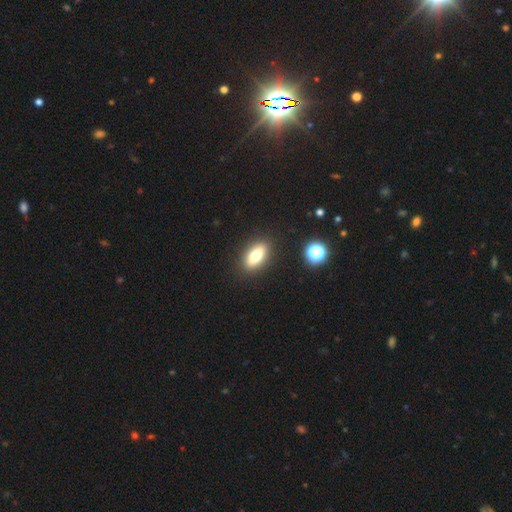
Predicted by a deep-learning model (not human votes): Smooth or featured? Predicted: smooth (p=0.70). How rounded? Predicted: in between (p=0.79). Merging? Predicted: none (p=0.88).